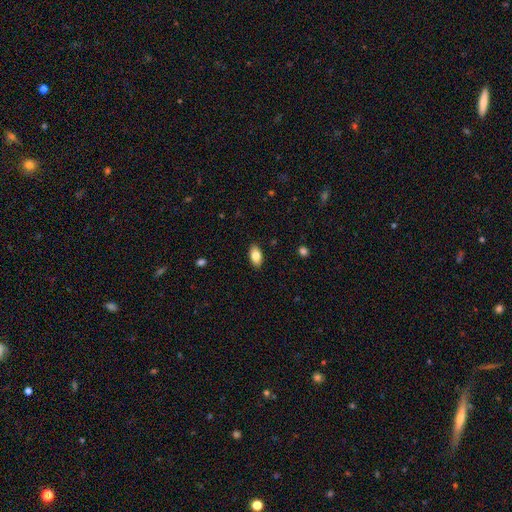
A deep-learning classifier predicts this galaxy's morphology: Q: Smooth or featured?
A: smooth (81%); runner-up: featured or disk (12%)
Q: How rounded?
A: in between (93%); runner-up: round (4%)
Q: Merging?
A: none (89%); runner-up: minor disturbance (9%)